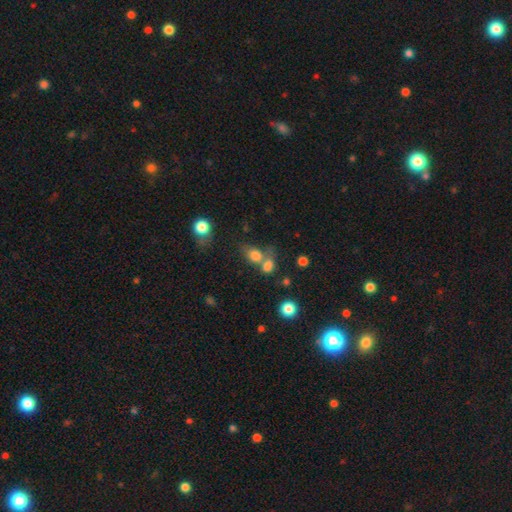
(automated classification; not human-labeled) This is likely a smooth galaxy (77%). How rounded: possibly in between (56%). Merging: possibly merger (49%).